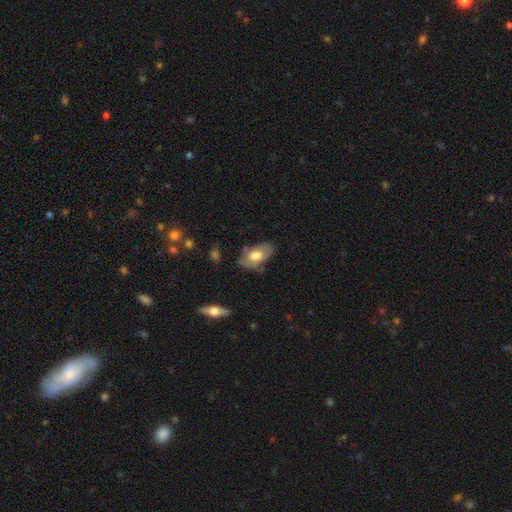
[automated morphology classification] smooth_or_featured: smooth (p=0.61) [alt: featured or disk p=0.33]
how_rounded: in between (p=0.93) [alt: round p=0.05]
merging: none (p=0.68) [alt: minor disturbance p=0.24]